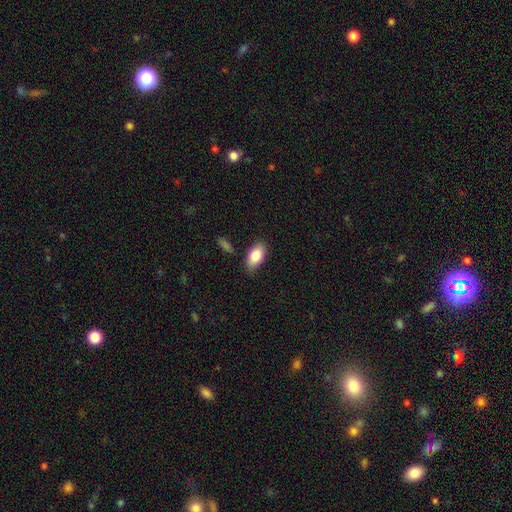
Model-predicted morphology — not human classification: smooth_or_featured: smooth (p=0.85) [alt: featured or disk p=0.08]
how_rounded: in between (p=0.92) [alt: round p=0.04]
merging: none (p=0.82) [alt: minor disturbance p=0.13]